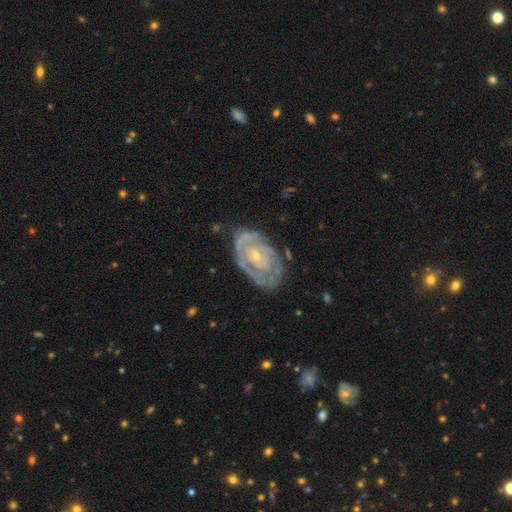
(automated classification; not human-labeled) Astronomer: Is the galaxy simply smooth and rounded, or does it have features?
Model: featured or disk — 81%.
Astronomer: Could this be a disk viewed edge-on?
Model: no — 96%.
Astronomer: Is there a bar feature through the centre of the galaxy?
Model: no — 77%.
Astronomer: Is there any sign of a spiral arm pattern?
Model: yes — 83%.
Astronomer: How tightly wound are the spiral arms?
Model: tight — 72%.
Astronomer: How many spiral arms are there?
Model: can't tell — 44% (runner-up: 2, 30%).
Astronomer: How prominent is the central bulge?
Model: small — 72%.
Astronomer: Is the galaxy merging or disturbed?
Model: none — 66%.